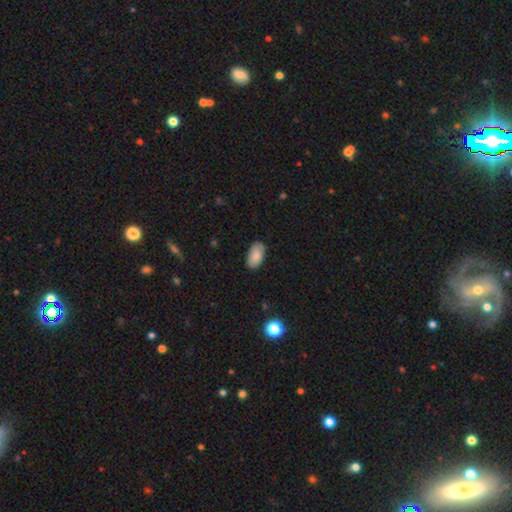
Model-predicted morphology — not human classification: type=smooth (86%); roundness=in between (95%); merging=none (84%).